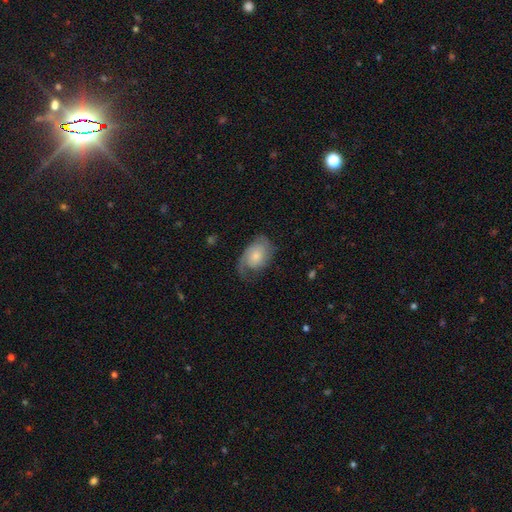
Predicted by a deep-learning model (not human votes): Smooth or featured?
  - featured or disk: 66% *
  - smooth: 27%
  - star or artifact: 6%
Edge-on disk?
  - no: 96% *
  - yes: 4%
Bar?
  - no: 74% *
  - weak: 23%
  - strong: 3%
Spiral arms?
  - yes: 91% *
  - no: 9%
Spiral winding?
  - tight: 40% *
  - medium: 38%
  - loose: 22%
Spiral arm count?
  - 2: 42% *
  - 1: 35%
  - can't tell: 16%
  - 3: 4%
  - 4: 2%
  - more than 4: 2%
Bulge size?
  - small: 46% *
  - moderate: 40%
  - large: 6%
  - none: 6%
  - dominant: 2%
Merging?
  - none: 54% *
  - minor disturbance: 25%
  - major disturbance: 19%
  - merger: 1%